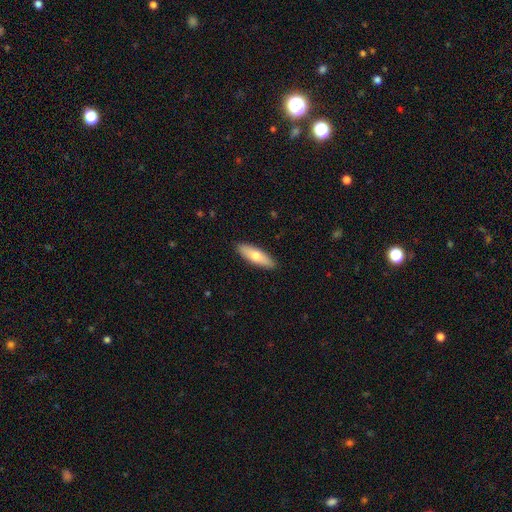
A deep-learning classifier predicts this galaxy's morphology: Overall: smooth (68%). How rounded: in between (53%; cigar-shaped 45%). Merging: none (89%).